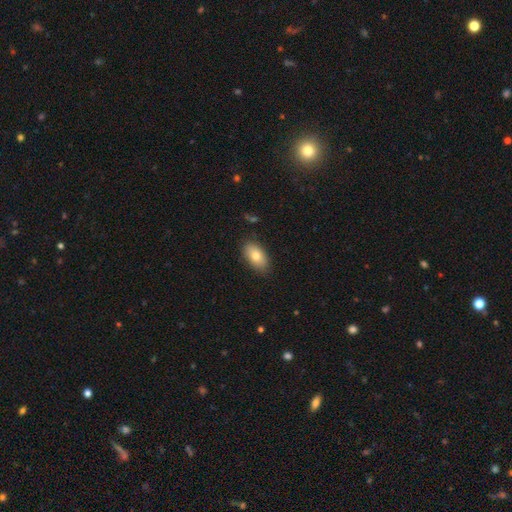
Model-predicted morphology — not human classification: Overall: smooth (78%). How rounded: in between (92%). Merging: none (84%).